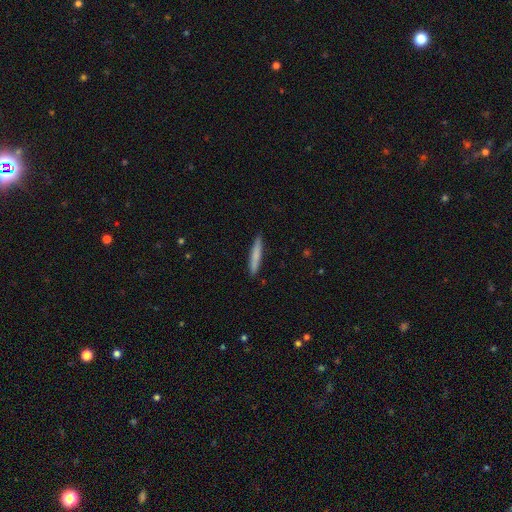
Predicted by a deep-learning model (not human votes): The model was most divided on "smooth or featured": smooth: 75%, featured or disk: 19%, star or artifact: 5%. More confident: how rounded — cigar-shaped (94%); merging — none (91%).